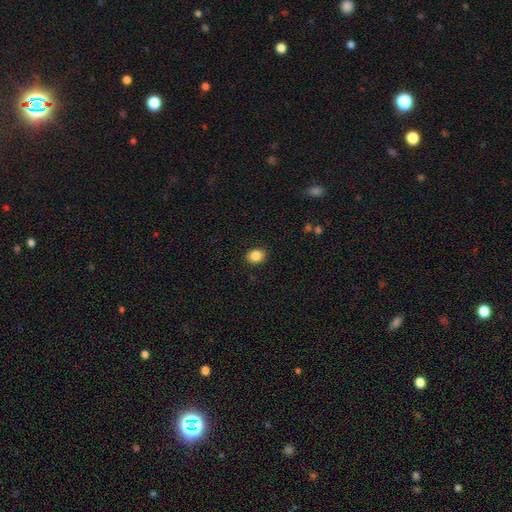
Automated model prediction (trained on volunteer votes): smooth-or-featured: smooth: 85% | star or artifact: 10% | featured or disk: 5%
  how-rounded: round: 54% | in between: 45% | cigar-shaped: 1%
  merging: none: 89% | minor disturbance: 8% | major disturbance: 2% | merger: 1%